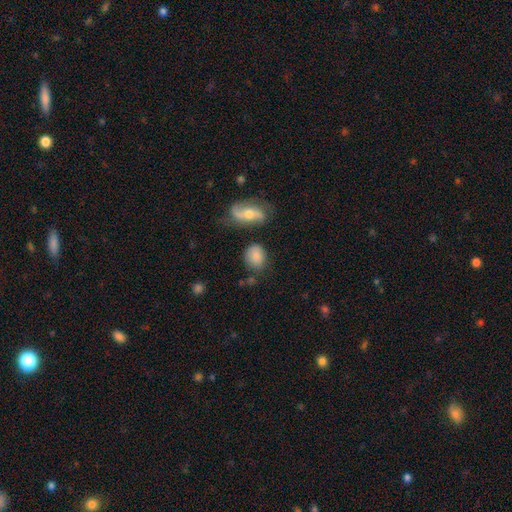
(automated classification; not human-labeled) Morphology: type=smooth (78%); roundness=in between (55%); merging=none (67%).